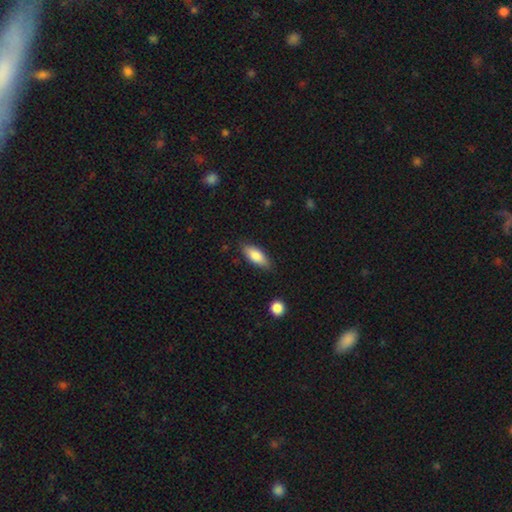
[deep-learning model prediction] Morphology: type=smooth (79%); roundness=in between (74%); merging=none (82%).